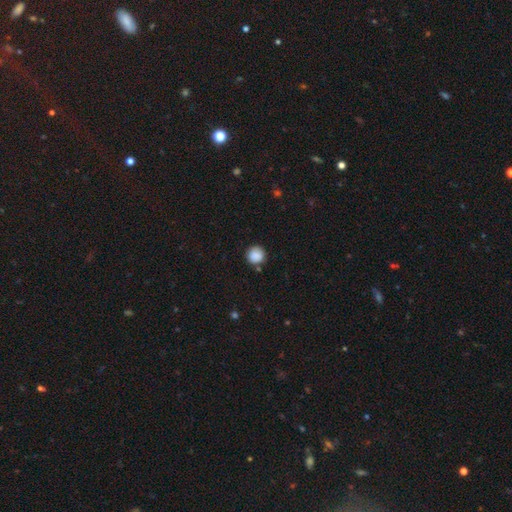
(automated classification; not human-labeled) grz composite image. It shows a smooth galaxy with no disk features (88%) that is round (95%). Merging: none (86%).